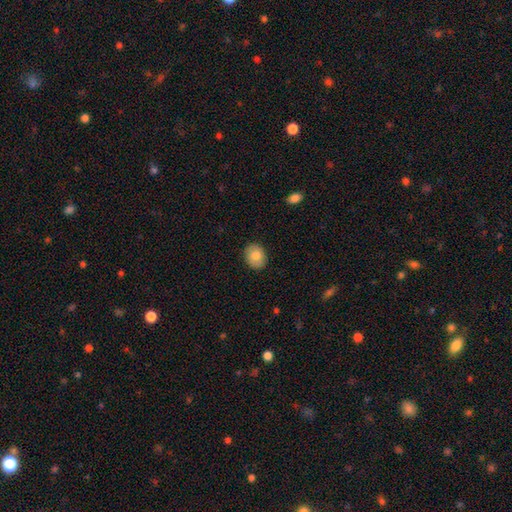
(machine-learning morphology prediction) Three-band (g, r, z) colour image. It shows a smooth galaxy with no disk features (79%) that is in between round and cigar-shaped (52%). Merging: none (89%).